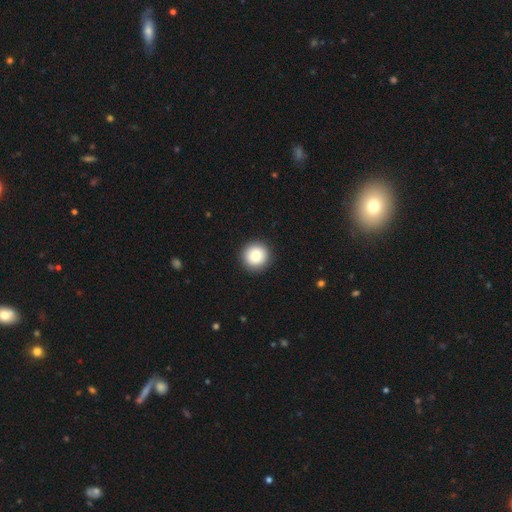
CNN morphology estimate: Overall: smooth (81%). How rounded: round (96%). Merging: none (92%).